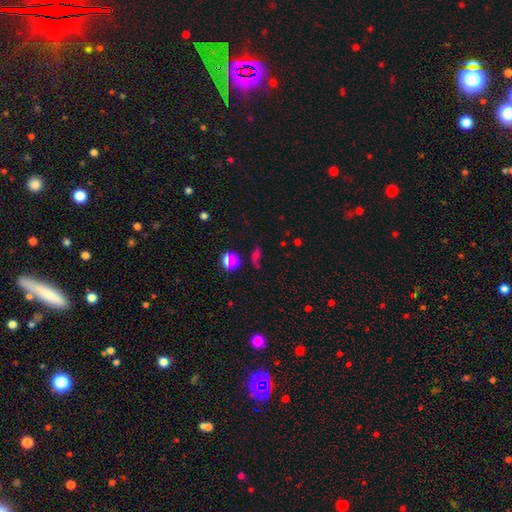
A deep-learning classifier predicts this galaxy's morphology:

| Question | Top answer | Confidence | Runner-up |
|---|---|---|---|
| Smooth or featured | smooth | 49% | star or artifact (36%) |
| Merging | none | 50% | minor disturbance (22%) |